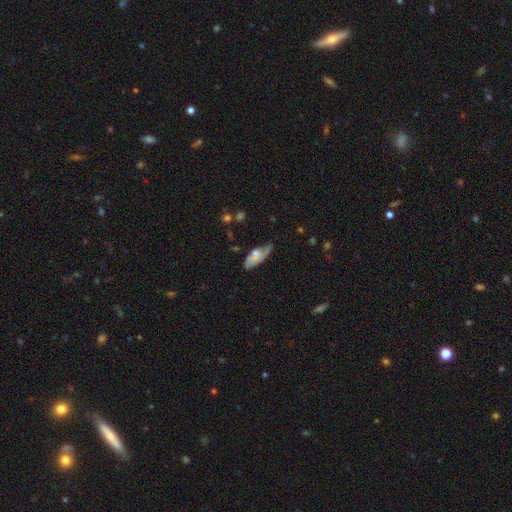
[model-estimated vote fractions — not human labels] Smooth or featured? smooth (53%)
How rounded? in between (77%)
Merging? none (47%)